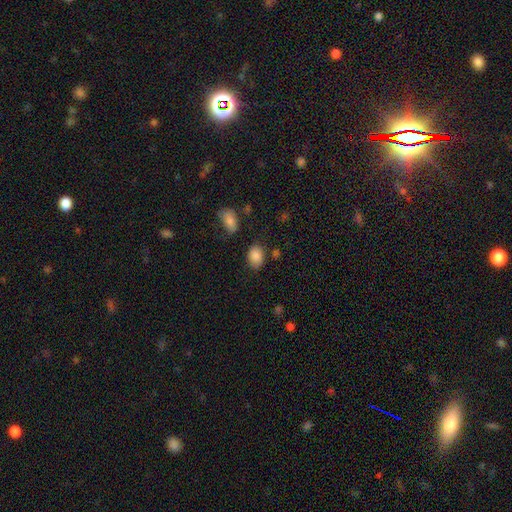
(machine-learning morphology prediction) type=smooth (87%); roundness=in between (77%); merging=none (77%).